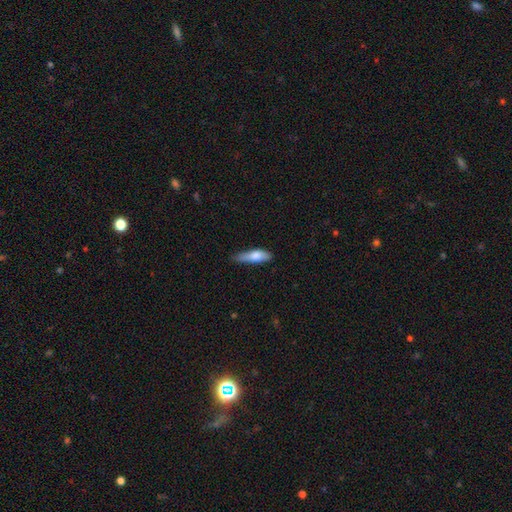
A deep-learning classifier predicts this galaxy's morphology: This is likely a smooth galaxy (73%). How rounded: possibly cigar-shaped (59%). Merging: possibly none (55%).